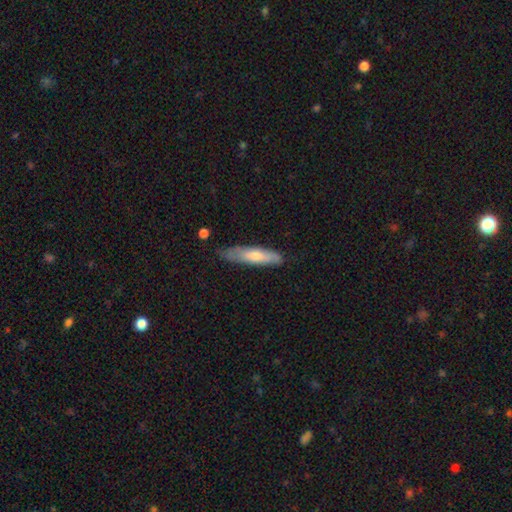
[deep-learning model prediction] A smooth galaxy with no disk features (65%) that is cigar-shaped (77%). Merging: none (69%).